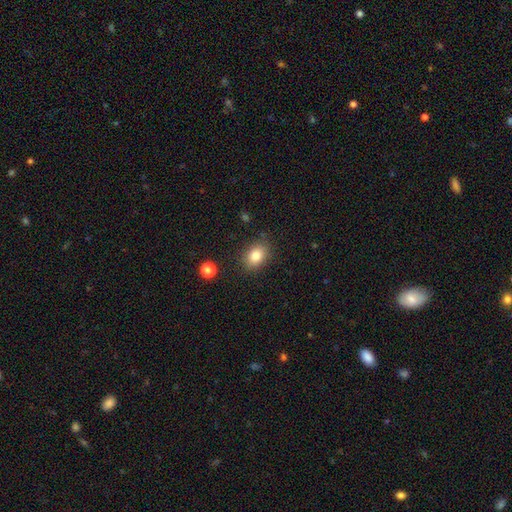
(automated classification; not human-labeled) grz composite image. It shows a smooth galaxy with no disk features (83%) that is in between round and cigar-shaped (67%). Merging: none (85%).